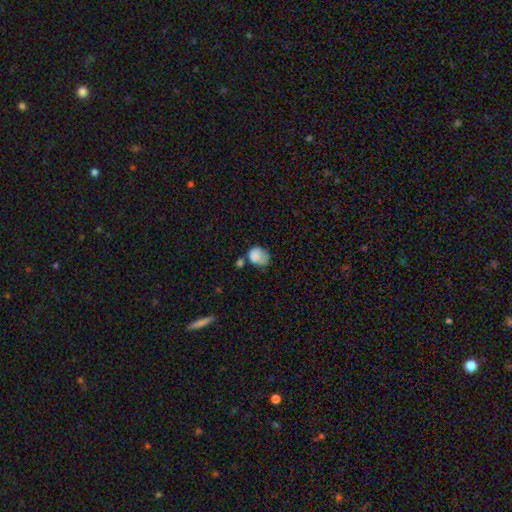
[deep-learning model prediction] Overall: smooth (77%). How rounded: round (58%; in between 41%). Merging: none (37%; minor disturbance 30%).